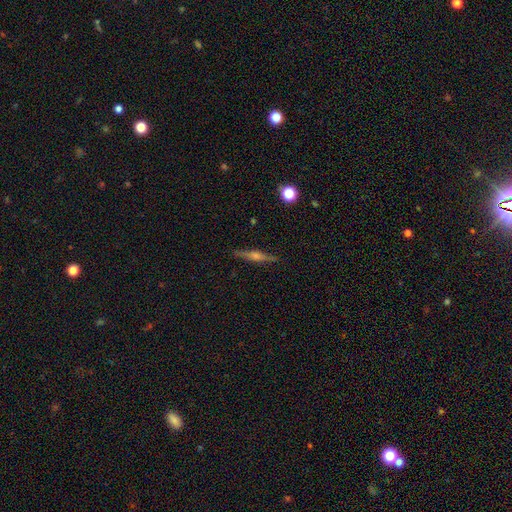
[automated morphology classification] type=featured or disk (72%); edge-on=yes (97%); edge-on bulge=rounded (77%); merging=none (90%).